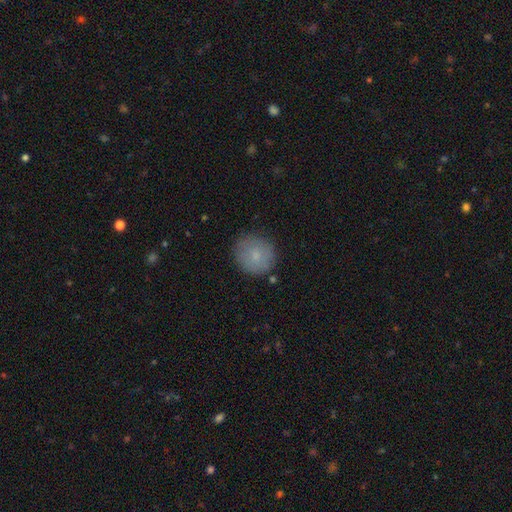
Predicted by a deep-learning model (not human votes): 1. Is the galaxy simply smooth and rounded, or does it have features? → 80% smooth, 12% featured or disk, 8% star or artifact.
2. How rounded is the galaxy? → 90% round, 9% in between, 1% cigar-shaped.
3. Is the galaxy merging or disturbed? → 82% none, 13% minor disturbance, 3% major disturbance, 2% merger.